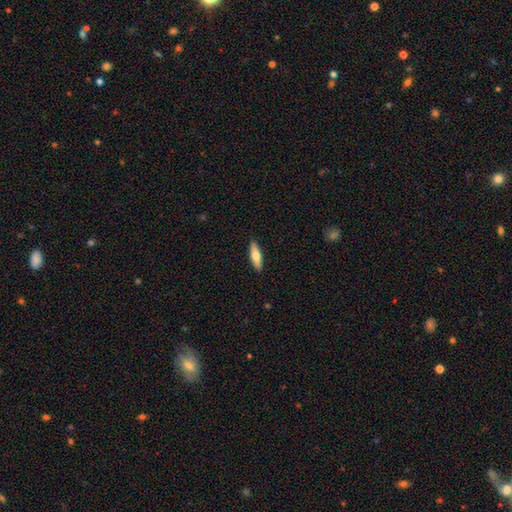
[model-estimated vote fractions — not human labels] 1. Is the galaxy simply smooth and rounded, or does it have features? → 63% smooth, 31% featured or disk, 6% star or artifact.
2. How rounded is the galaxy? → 58% cigar-shaped, 40% in between, 2% round.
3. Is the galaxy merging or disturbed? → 90% none, 7% minor disturbance, 2% major disturbance, 1% merger.